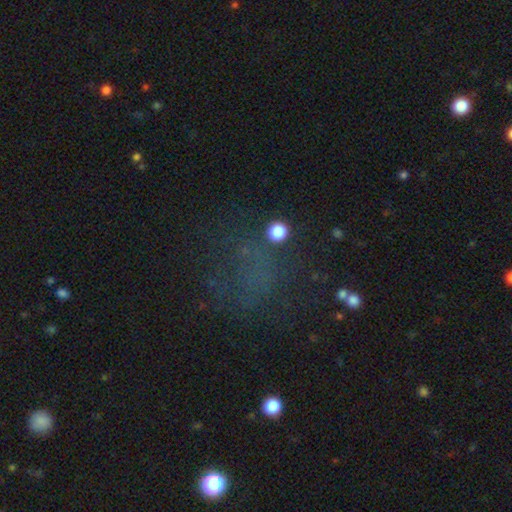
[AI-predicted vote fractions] Smooth or featured?
  - star or artifact: 44% *
  - smooth: 36%
  - featured or disk: 20%